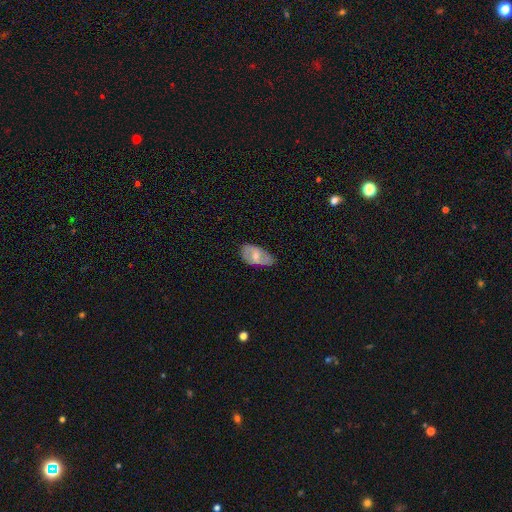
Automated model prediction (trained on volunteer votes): Smooth or featured? featured or disk (52%)
Edge-on disk? no (91%)
Merging? none (62%)